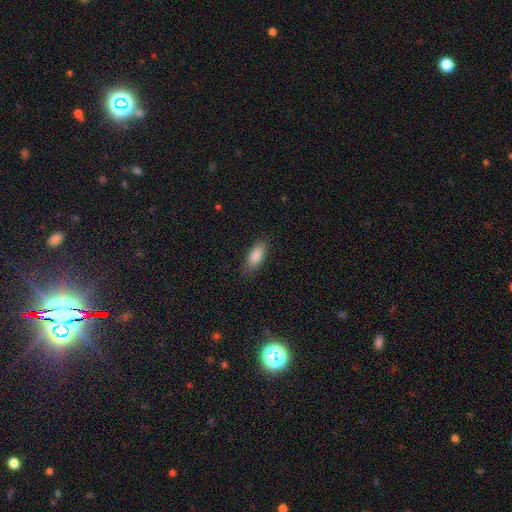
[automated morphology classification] Smooth or featured? Predicted: smooth (p=0.87). How rounded? Predicted: in between (p=0.81). Merging? Predicted: none (p=0.82).